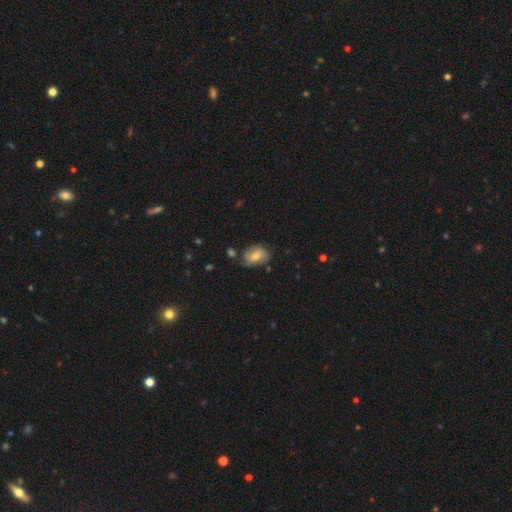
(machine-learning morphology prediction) smooth 65%, featured or disk 26%, star or artifact 8%. Down the decision tree: how rounded — in between (73%); merging — none (57%).